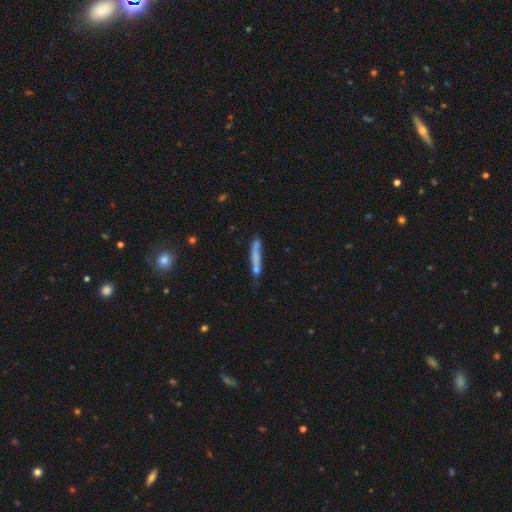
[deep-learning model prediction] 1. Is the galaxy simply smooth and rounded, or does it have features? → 65% smooth, 27% featured or disk, 8% star or artifact.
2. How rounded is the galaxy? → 92% cigar-shaped, 6% in between, 2% round.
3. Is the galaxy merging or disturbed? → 53% none, 23% minor disturbance, 14% merger, 10% major disturbance.